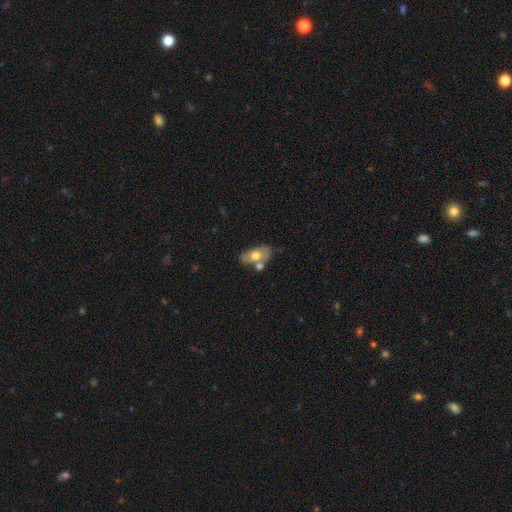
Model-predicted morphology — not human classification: Smooth or featured: smooth — 56% (featured or disk — 37%)
How rounded: in between — 89% (round — 8%)
Merging: none — 52% (merger — 26%)